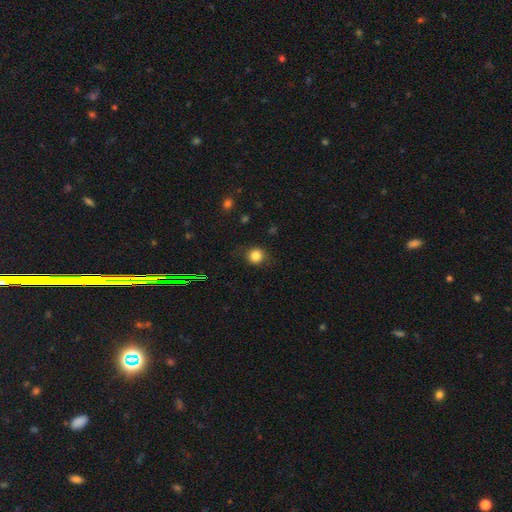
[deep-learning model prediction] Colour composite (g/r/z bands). It shows a smooth galaxy with no disk features (82%) that is round (87%). Merging: none (83%).